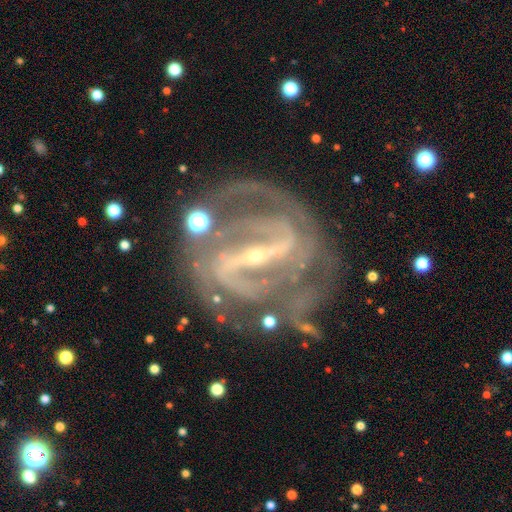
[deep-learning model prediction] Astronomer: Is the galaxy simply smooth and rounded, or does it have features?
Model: featured or disk — 92%.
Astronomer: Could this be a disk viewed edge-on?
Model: no — 96%.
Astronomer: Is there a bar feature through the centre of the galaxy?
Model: strong — 84%.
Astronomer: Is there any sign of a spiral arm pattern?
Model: yes — 97%.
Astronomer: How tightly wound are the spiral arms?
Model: tight — 48% (runner-up: medium, 42%).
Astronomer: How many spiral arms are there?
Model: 2 — 56%.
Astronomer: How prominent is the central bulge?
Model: small — 82%.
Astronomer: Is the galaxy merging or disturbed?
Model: none — 69%.